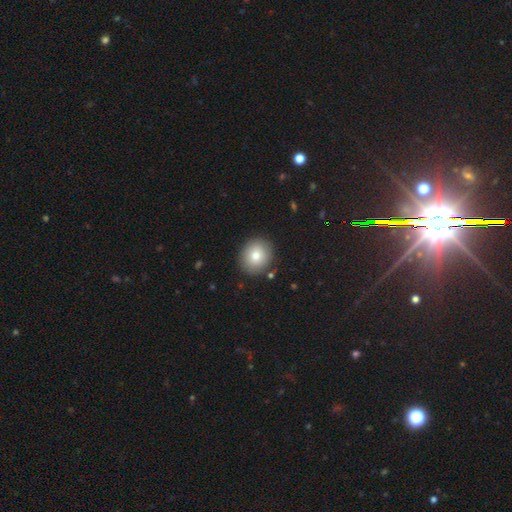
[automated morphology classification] A smooth galaxy with no disk features (79%) that is round (78%). Merging: none (88%).